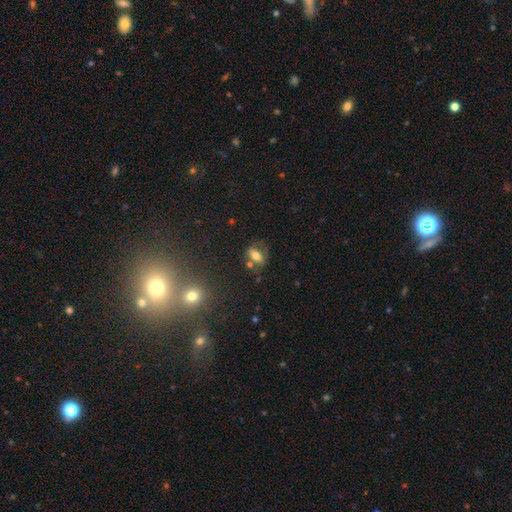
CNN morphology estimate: A smooth galaxy with no disk features (54%) that is in between round and cigar-shaped (73%).

Vote fractions:
- Smooth or featured? smooth: 54% / featured or disk: 32% / star or artifact: 14%
- How rounded? in between: 73% / round: 20% / cigar-shaped: 7%
- Merging? none: 60% / minor disturbance: 19% / major disturbance: 10% / merger: 10%